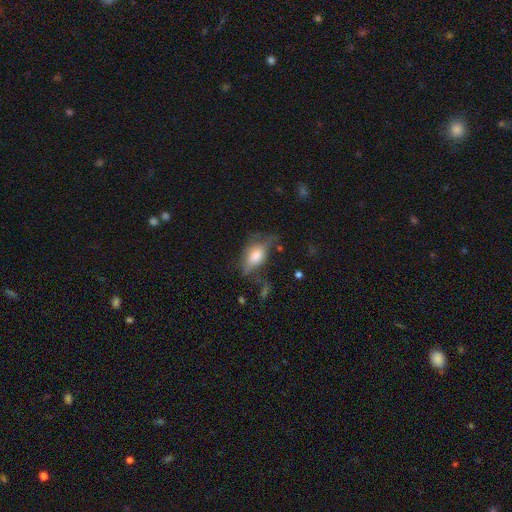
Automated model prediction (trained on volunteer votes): Morphology: type=smooth (69%); roundness=in between (87%); merging=none (42%).